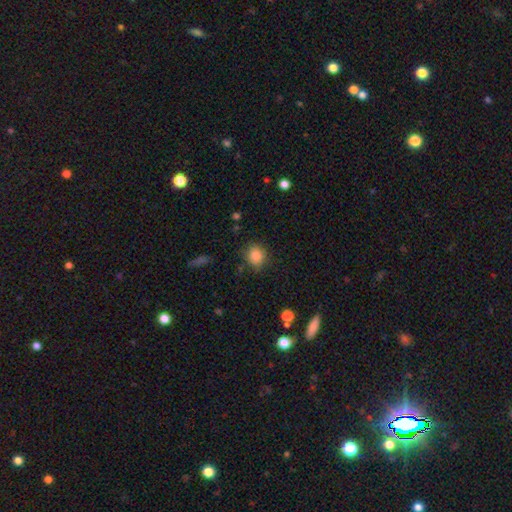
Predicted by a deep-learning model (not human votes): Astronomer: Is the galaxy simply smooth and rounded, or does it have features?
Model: smooth — 86%.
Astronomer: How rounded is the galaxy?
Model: round — 73%.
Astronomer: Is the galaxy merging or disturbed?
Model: none — 81%.